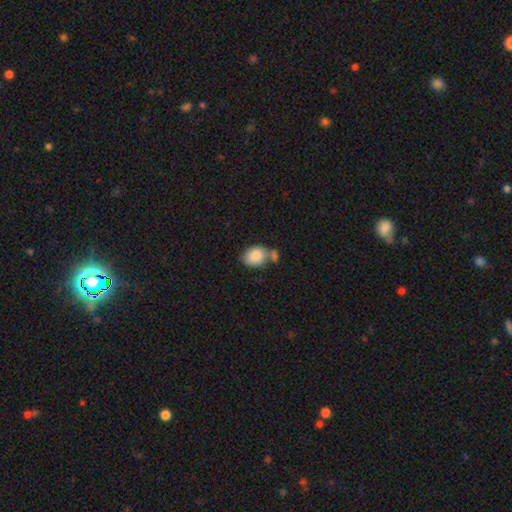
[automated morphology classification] This appears to be a smooth galaxy with no disk features (86%) that is in between round and cigar-shaped (69%). Merging: none (47%).